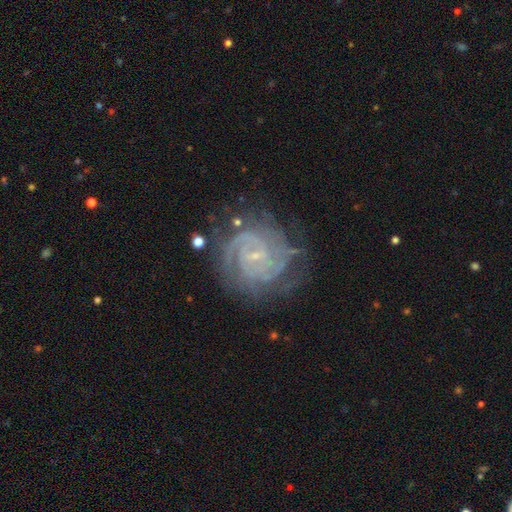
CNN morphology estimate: smooth_or_featured: featured or disk (p=0.87) [alt: star or artifact p=0.07]
disk_edge_on: no (p=0.98) [alt: yes p=0.02]
bar: weak (p=0.47) [alt: no p=0.39]
has_spiral_arms: yes (p=0.97) [alt: no p=0.03]
spiral_winding: tight (p=0.72) [alt: medium p=0.24]
spiral_arm_count: 2 (p=0.31) [alt: can't tell p=0.25]
bulge_size: small (p=0.80) [alt: none p=0.09]
merging: none (p=0.73) [alt: minor disturbance p=0.17]